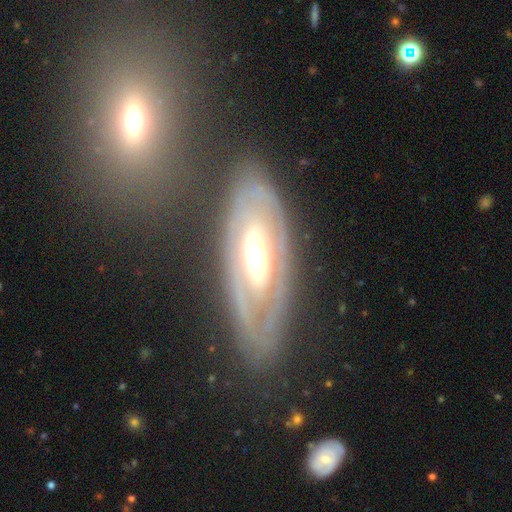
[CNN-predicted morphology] A featured or disk galaxy (80%) with no bar (53%), spiral arms (54%) and a moderate central bulge (67%). Merging: none (76%).